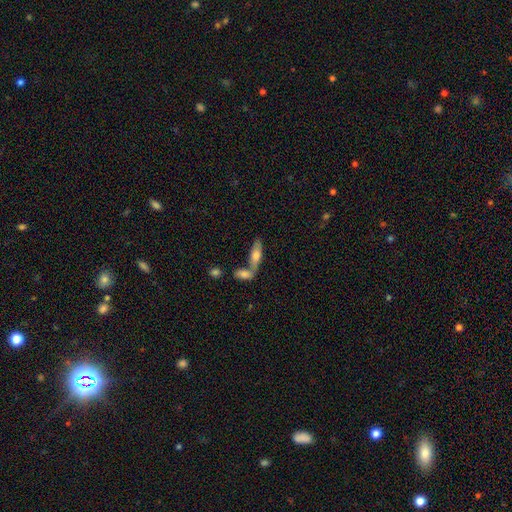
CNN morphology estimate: The model was most divided on "merging": merger: 44%, none: 42%, minor disturbance: 9%, major disturbance: 5%. More confident: smooth or featured — smooth (54%); how rounded — in between (52%).